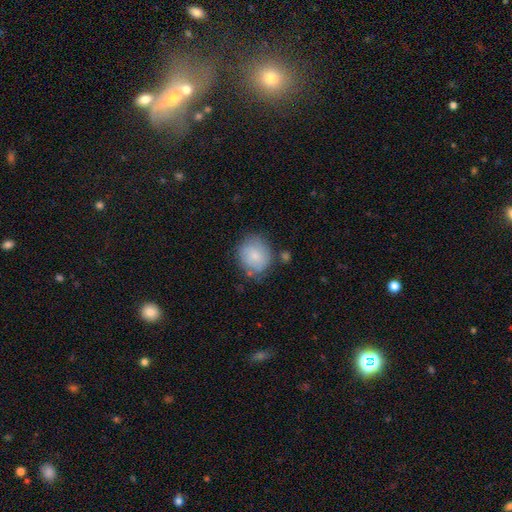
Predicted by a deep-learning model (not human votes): Q: Smooth or featured?
A: smooth (75%); runner-up: featured or disk (18%)
Q: How rounded?
A: round (76%); runner-up: in between (23%)
Q: Merging?
A: none (66%); runner-up: minor disturbance (22%)